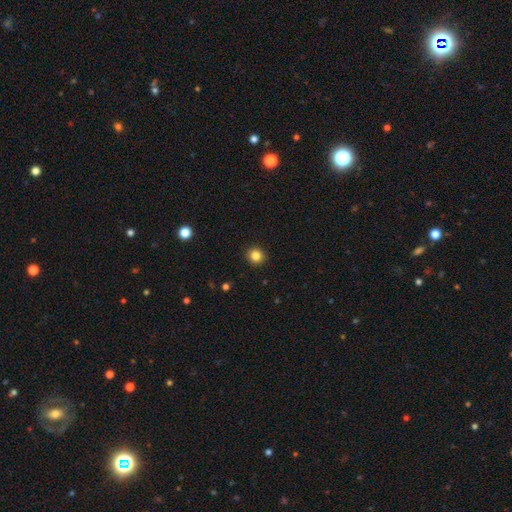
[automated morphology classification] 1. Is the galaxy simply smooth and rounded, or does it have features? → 83% smooth, 12% star or artifact, 5% featured or disk.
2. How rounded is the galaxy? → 93% round, 6% in between, 1% cigar-shaped.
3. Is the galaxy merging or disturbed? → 93% none, 4% minor disturbance, 1% major disturbance, 1% merger.